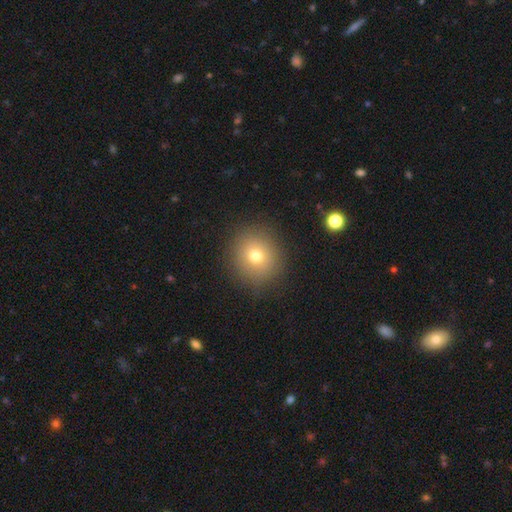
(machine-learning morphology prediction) smooth 73%, star or artifact 14%, featured or disk 12%. Down the decision tree: how rounded — round (88%); merging — none (87%).